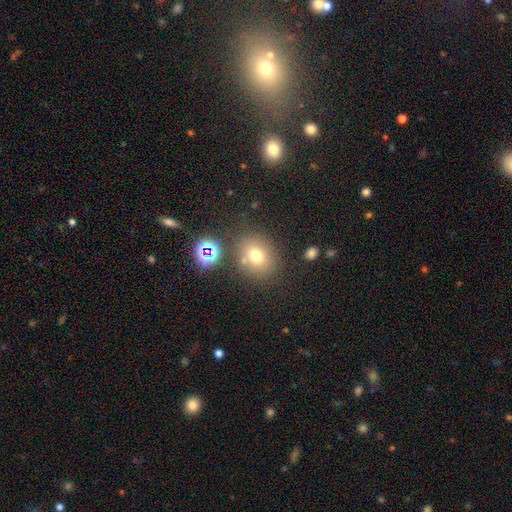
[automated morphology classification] Smooth or featured? smooth (72%)
How rounded? round (66%)
Merging? none (73%)